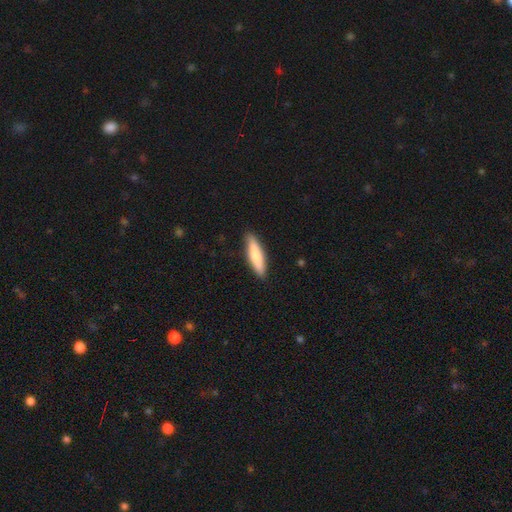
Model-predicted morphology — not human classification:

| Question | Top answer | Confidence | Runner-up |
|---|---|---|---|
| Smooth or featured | smooth | 80% | featured or disk (15%) |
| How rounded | cigar-shaped | 76% | in between (23%) |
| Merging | none | 88% | minor disturbance (9%) |